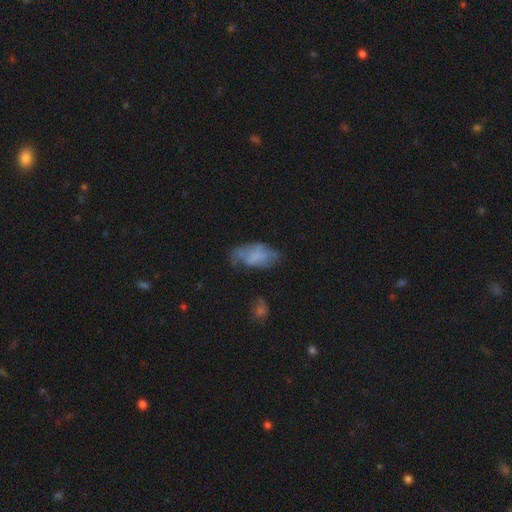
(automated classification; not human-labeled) smooth 58%, featured or disk 32%, star or artifact 10%. Down the decision tree: how rounded — in between (93%); merging — none (39%).